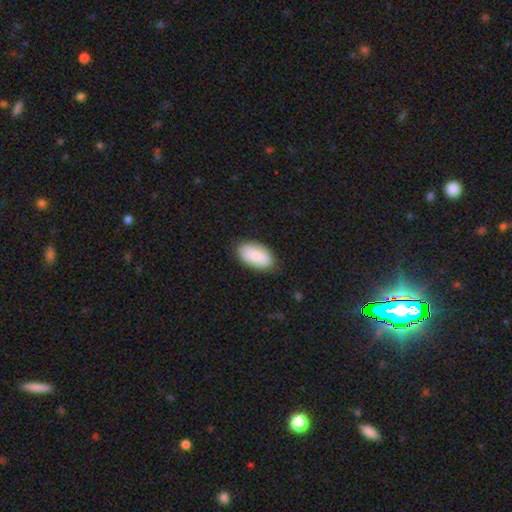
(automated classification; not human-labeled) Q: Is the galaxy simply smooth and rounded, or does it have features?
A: smooth — 84%.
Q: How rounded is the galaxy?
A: in between — 95%.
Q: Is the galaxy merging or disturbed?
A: none — 81%.